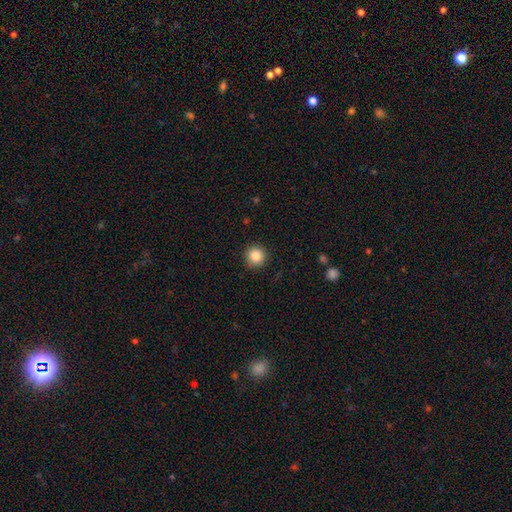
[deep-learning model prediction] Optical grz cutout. It shows a smooth galaxy with no disk features (85%) that is round (95%). Merging: none (91%).